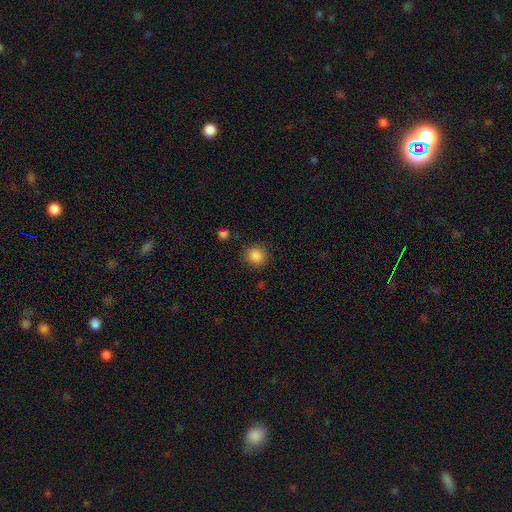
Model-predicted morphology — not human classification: Smooth or featured? Predicted: smooth (p=0.86). How rounded? Predicted: round (p=0.91). Merging? Predicted: none (p=0.87).